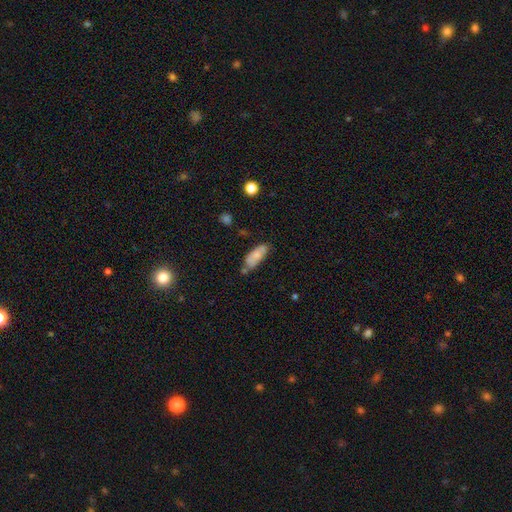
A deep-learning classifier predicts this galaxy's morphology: A smooth galaxy with no disk features (72%) that is in between round and cigar-shaped (79%).

Vote fractions:
- Smooth or featured? smooth: 72% / featured or disk: 21% / star or artifact: 7%
- How rounded? in between: 79% / cigar-shaped: 19% / round: 2%
- Merging? none: 56% / minor disturbance: 27% / merger: 11% / major disturbance: 6%